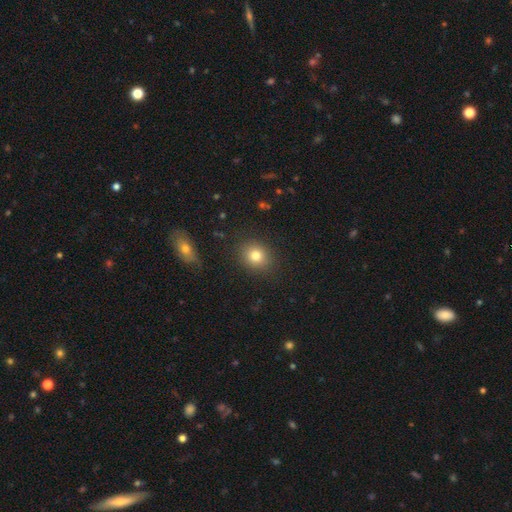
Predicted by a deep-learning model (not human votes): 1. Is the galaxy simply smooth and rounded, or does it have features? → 80% smooth, 12% star or artifact, 9% featured or disk.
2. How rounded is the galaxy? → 69% round, 30% in between, 1% cigar-shaped.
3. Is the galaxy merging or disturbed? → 86% none, 9% minor disturbance, 3% major disturbance, 2% merger.